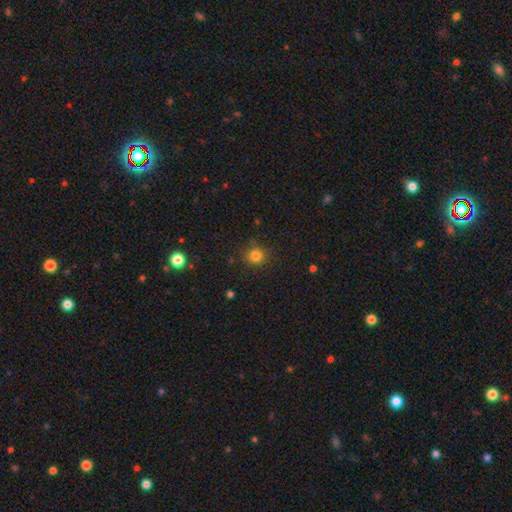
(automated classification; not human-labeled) This appears to be a smooth galaxy with no disk features (81%) that is round (90%). Merging: none (85%).